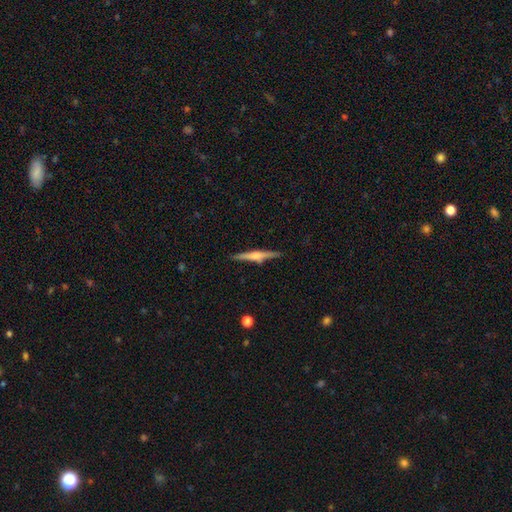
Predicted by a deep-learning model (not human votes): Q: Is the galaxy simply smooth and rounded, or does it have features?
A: featured or disk — 67%.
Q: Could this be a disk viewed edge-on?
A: yes — 98%.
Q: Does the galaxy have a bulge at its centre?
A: rounded — 76%.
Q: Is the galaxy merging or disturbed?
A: none — 87%.